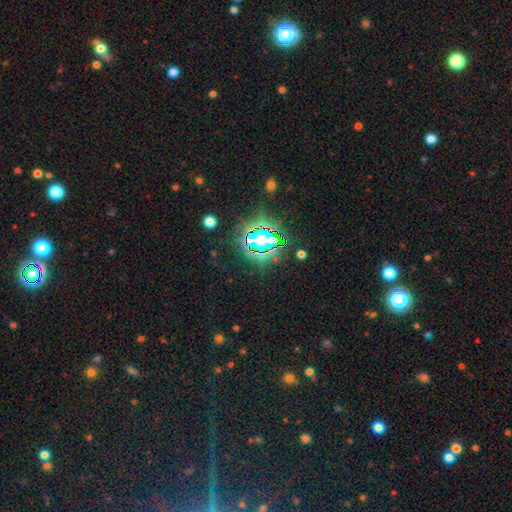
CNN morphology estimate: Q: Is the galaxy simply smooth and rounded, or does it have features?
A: star or artifact — 82%.